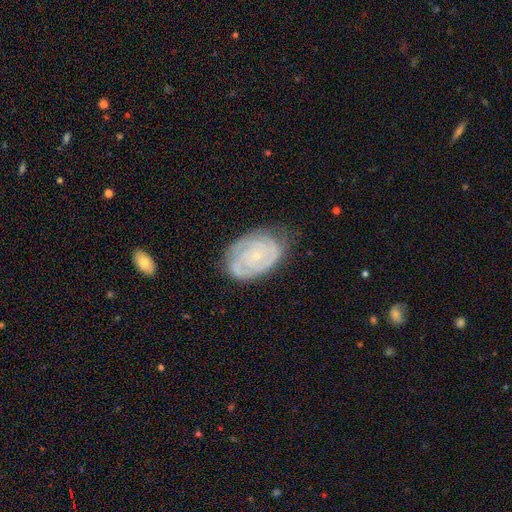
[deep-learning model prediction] The model was most divided on "spiral arm count" (2-way tie): can't tell: 35%, 2: 35%, 3: 15%, 4: 6%, 1: 5%, more than 4: 4%. More confident: edge-on disk — no (97%); spiral arms — yes (90%); bulge size — small (80%); smooth or featured — featured or disk (77%); bar — no (75%); spiral winding — tight (72%); merging — none (69%).